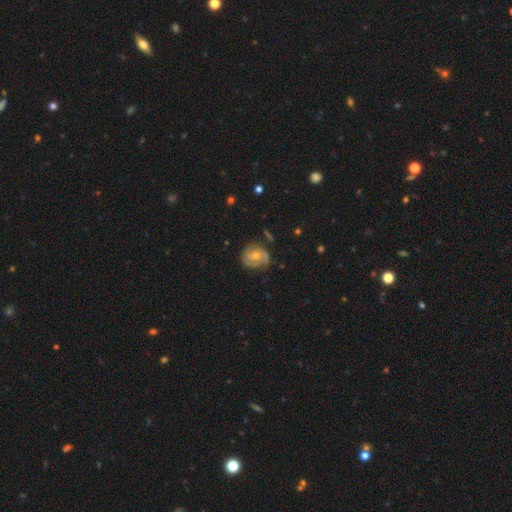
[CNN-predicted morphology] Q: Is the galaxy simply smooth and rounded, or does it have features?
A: featured or disk — 77%.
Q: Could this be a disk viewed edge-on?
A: no — 98%.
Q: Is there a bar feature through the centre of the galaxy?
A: no — 59%.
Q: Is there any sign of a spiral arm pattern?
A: yes — 93%.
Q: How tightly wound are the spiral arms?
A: tight — 58%.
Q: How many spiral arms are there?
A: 2 — 54%.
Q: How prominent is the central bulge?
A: moderate — 62%.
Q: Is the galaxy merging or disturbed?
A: none — 74%.